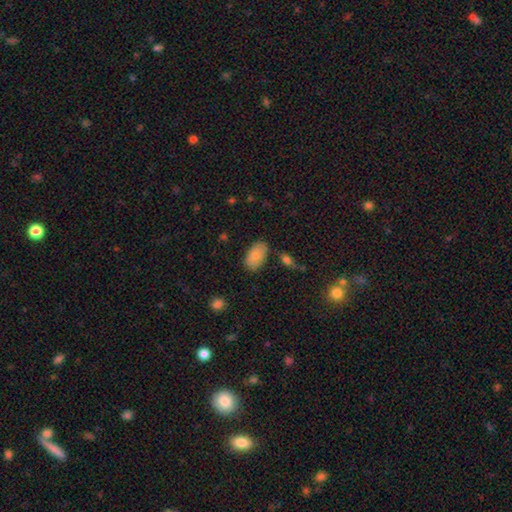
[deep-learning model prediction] A smooth galaxy with no disk features (84%) that is in between round and cigar-shaped (94%).

Vote fractions:
- Smooth or featured? smooth: 84% / featured or disk: 9% / star or artifact: 7%
- How rounded? in between: 94% / round: 5% / cigar-shaped: 2%
- Merging? none: 78% / minor disturbance: 15% / merger: 4% / major disturbance: 4%